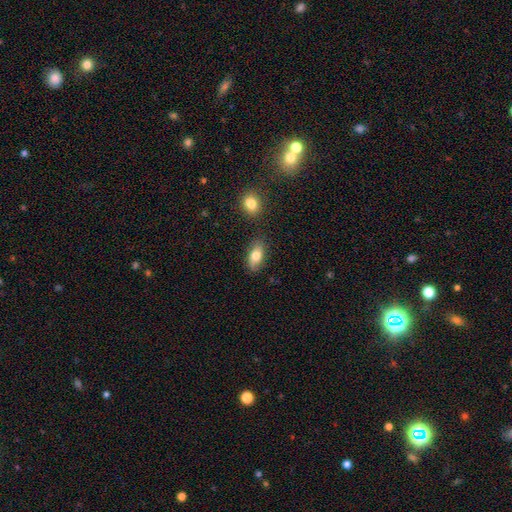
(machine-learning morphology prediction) The model was most divided on "smooth or featured": smooth: 77%, featured or disk: 16%, star or artifact: 8%. More confident: how rounded — in between (87%); merging — none (79%).